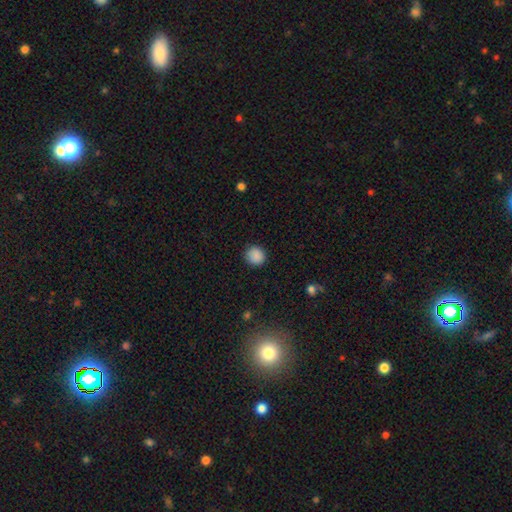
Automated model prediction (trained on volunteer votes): Q: Smooth or featured?
A: smooth (88%); runner-up: star or artifact (9%)
Q: How rounded?
A: round (91%); runner-up: in between (8%)
Q: Merging?
A: none (89%); runner-up: minor disturbance (8%)